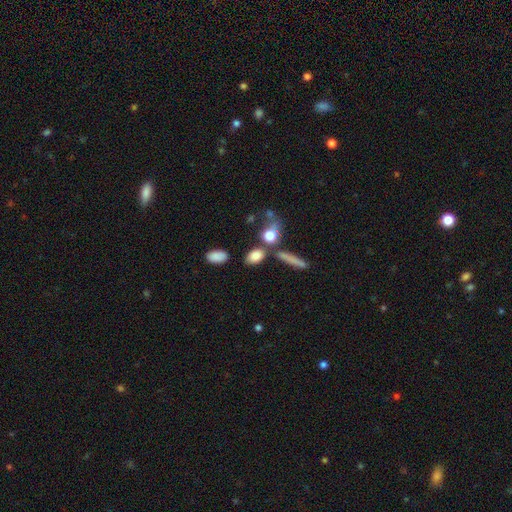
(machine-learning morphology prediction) The model was most divided on "merging": none: 60%, merger: 21%, minor disturbance: 12%, major disturbance: 7%. More confident: smooth or featured — smooth (80%); how rounded — in between (76%).